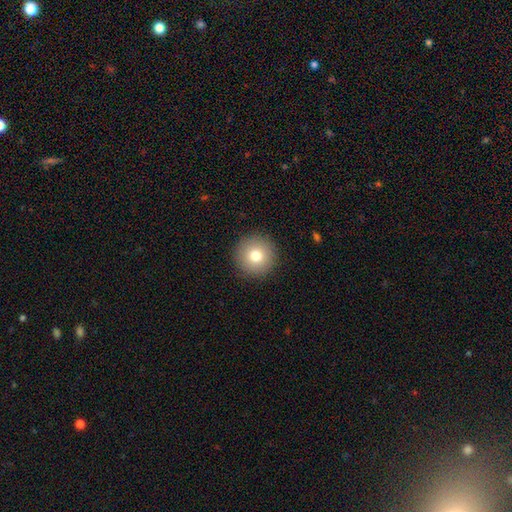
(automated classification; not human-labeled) Smooth or featured?
  - smooth: 78% *
  - featured or disk: 11%
  - star or artifact: 11%
How rounded?
  - round: 96% *
  - in between: 3%
  - cigar-shaped: 1%
Merging?
  - none: 92% *
  - minor disturbance: 5%
  - major disturbance: 2%
  - merger: 1%